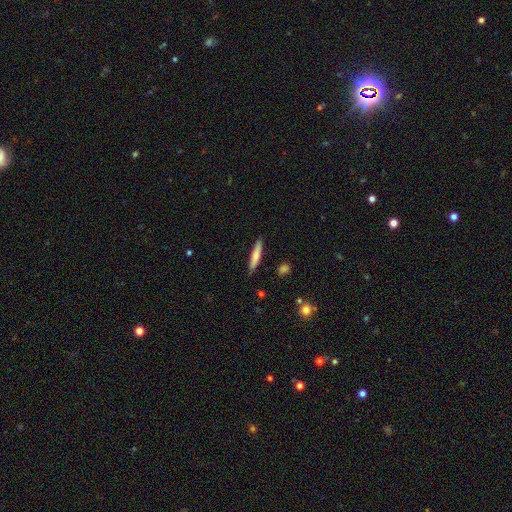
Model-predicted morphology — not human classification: Smooth or featured? smooth (71%)
How rounded? cigar-shaped (90%)
Merging? none (87%)